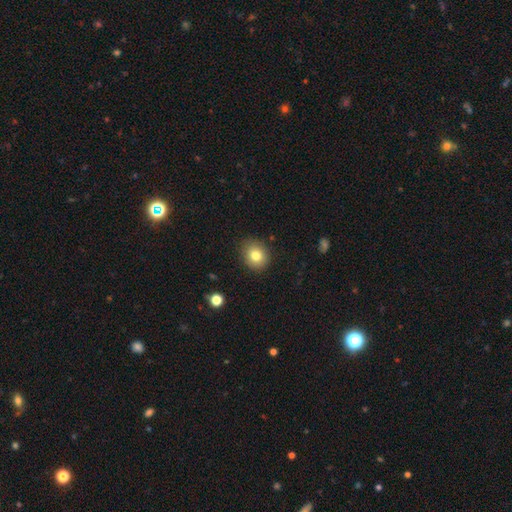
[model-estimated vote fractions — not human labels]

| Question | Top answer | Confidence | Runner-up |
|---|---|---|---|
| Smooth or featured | smooth | 80% | star or artifact (11%) |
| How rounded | round | 67% | in between (32%) |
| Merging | none | 86% | minor disturbance (10%) |